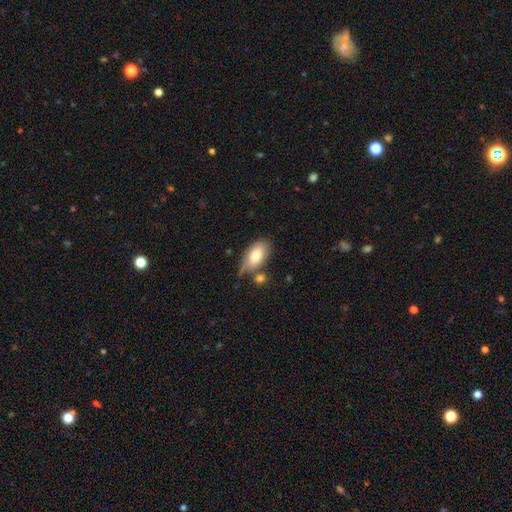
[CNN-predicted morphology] smooth_or_featured: smooth (p=0.78) [alt: featured or disk p=0.15]
how_rounded: in between (p=0.93) [alt: cigar-shaped p=0.03]
merging: none (p=0.54) [alt: minor disturbance p=0.24]